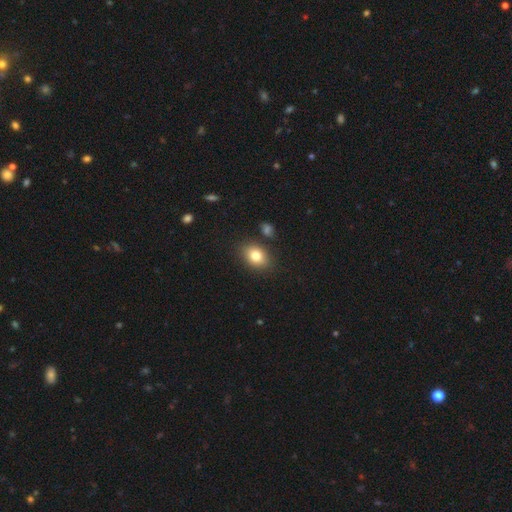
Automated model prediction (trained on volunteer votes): Q: Smooth or featured?
A: smooth (80%); runner-up: featured or disk (10%)
Q: How rounded?
A: in between (69%); runner-up: round (30%)
Q: Merging?
A: none (82%); runner-up: minor disturbance (11%)